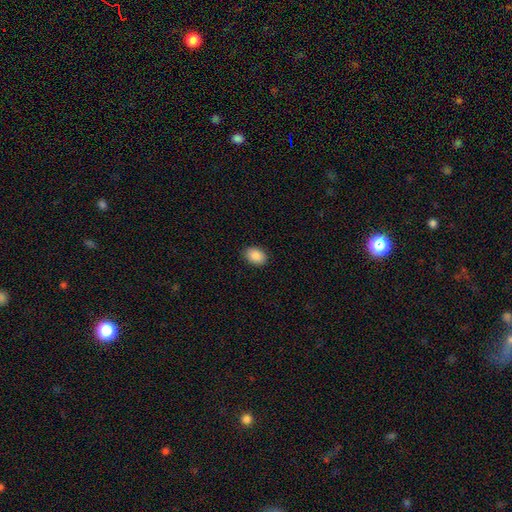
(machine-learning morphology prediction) Smooth or featured? Predicted: smooth (p=0.89). How rounded? Predicted: in between (p=0.83). Merging? Predicted: none (p=0.90).